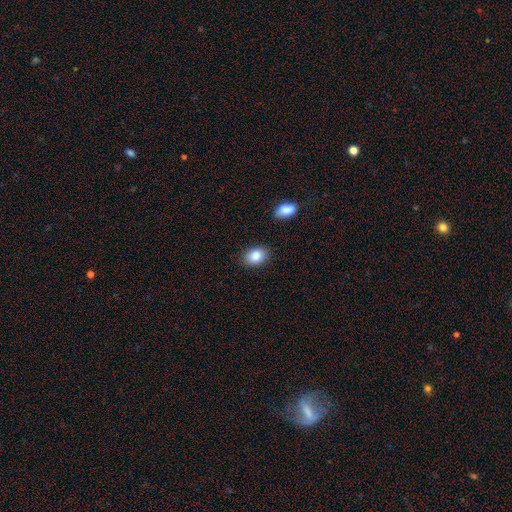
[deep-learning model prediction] smooth-or-featured: smooth: 84% | star or artifact: 9% | featured or disk: 8%
  how-rounded: in between: 71% | round: 28% | cigar-shaped: 1%
  merging: none: 85% | minor disturbance: 10% | major disturbance: 2% | merger: 2%